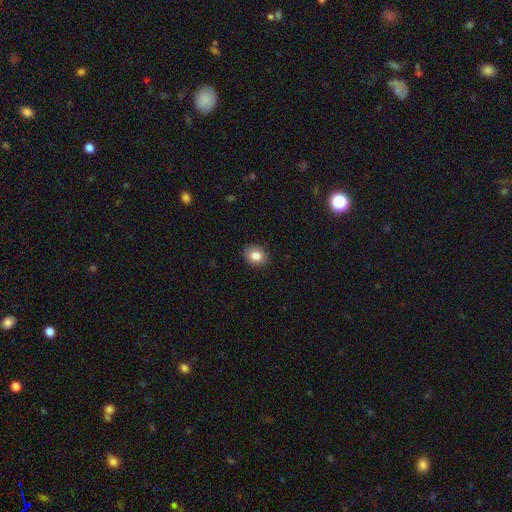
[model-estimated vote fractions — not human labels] The model was most divided on "how rounded": in between: 53%, round: 46%, cigar-shaped: 1%. More confident: merging — none (88%); smooth or featured — smooth (84%).